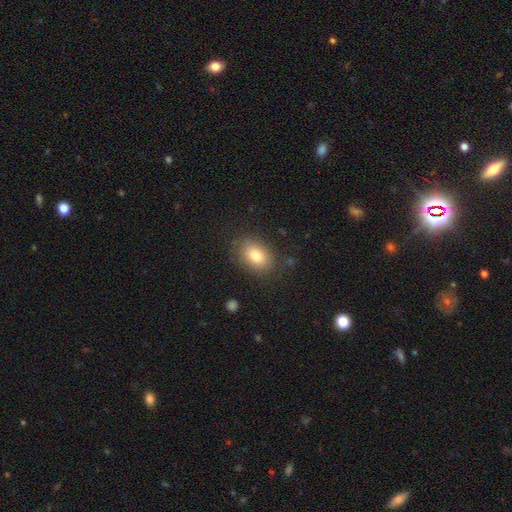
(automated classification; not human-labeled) Smooth or featured: smooth — 80% (featured or disk — 11%)
How rounded: in between — 79% (round — 20%)
Merging: none — 82% (minor disturbance — 12%)